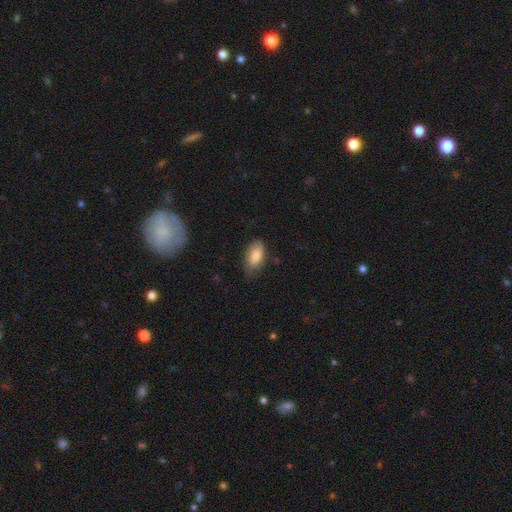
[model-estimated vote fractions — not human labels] Morphology: type=smooth (84%); roundness=in between (93%); merging=none (66%).